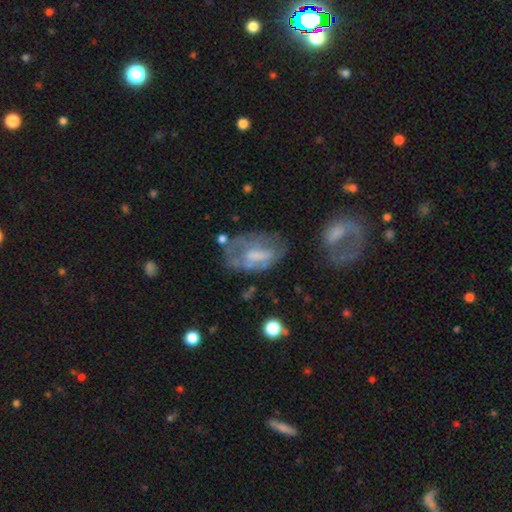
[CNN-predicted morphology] smooth_or_featured: featured or disk (p=0.54) [alt: smooth p=0.36]
disk_edge_on: no (p=0.94) [alt: yes p=0.06]
bar: no (p=0.59) [alt: weak p=0.30]
has_spiral_arms: no (p=0.69) [alt: yes p=0.31]
bulge_size: none (p=0.39) [alt: moderate p=0.30]
merging: none (p=0.43) [alt: major disturbance p=0.25]